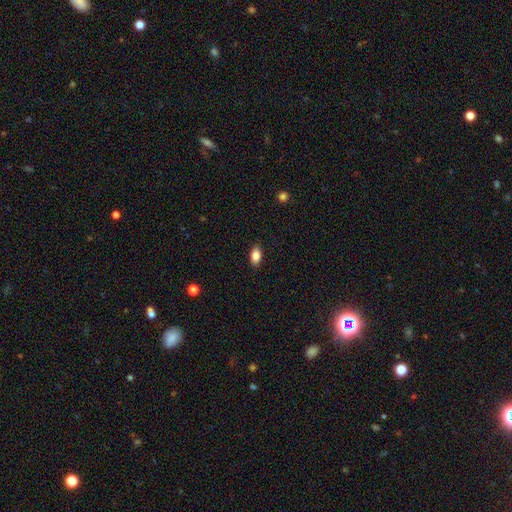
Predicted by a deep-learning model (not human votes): This is clearly a smooth galaxy (85%). How rounded: clearly in between (90%). Merging: clearly none (89%).